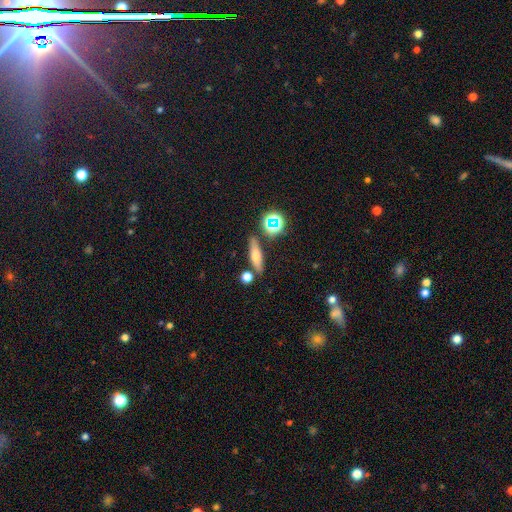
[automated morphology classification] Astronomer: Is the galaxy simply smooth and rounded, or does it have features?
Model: smooth — 52% (runner-up: featured or disk, 35%).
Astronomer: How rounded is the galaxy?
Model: cigar-shaped — 63%.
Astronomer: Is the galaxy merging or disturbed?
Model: none — 80%.